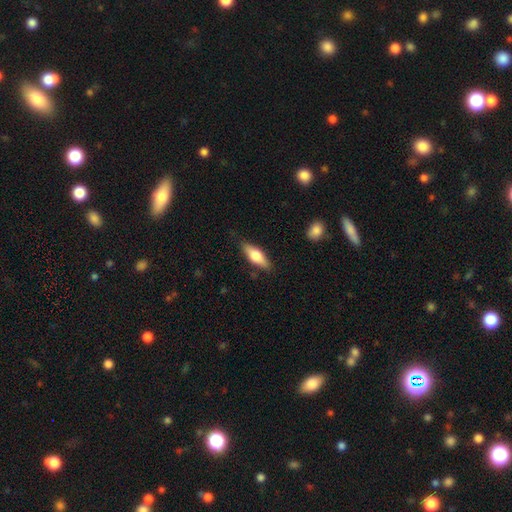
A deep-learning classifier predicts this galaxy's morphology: smooth 57%, featured or disk 37%, star or artifact 6%. Down the decision tree: how rounded — in between (62%); merging — none (84%).